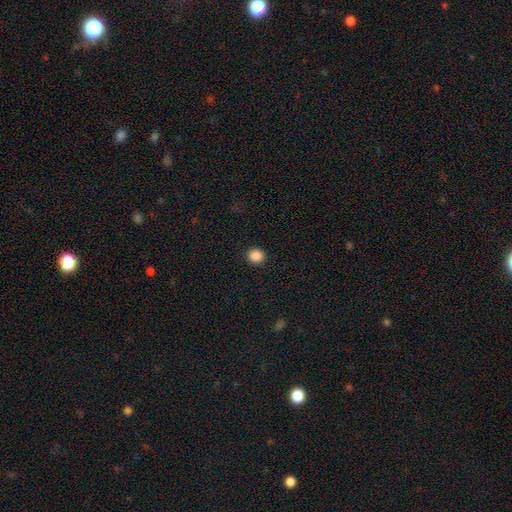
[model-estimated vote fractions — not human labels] Smooth or featured? smooth (88%)
How rounded? round (84%)
Merging? none (92%)